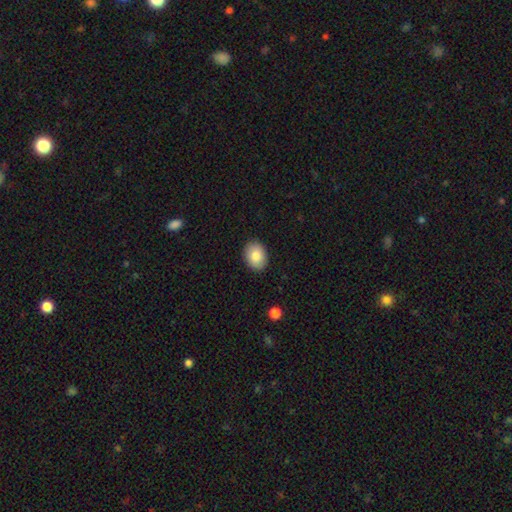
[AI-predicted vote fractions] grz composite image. It shows a smooth galaxy with no disk features (83%) that is in between round and cigar-shaped (68%). Merging: none (89%).